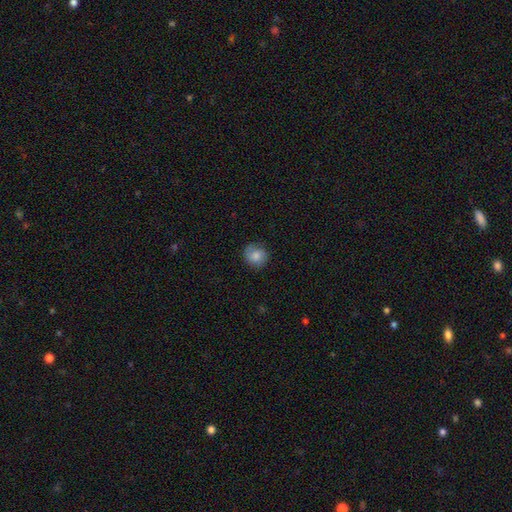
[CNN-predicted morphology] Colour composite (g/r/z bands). It shows a smooth galaxy with no disk features (71%) that is round (85%). Merging: none (76%).